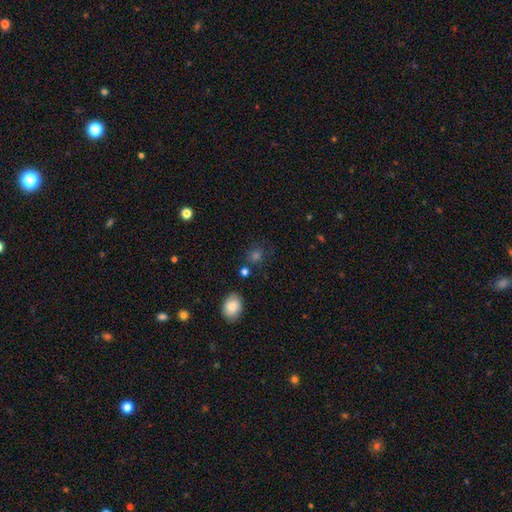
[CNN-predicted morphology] smooth_or_featured: smooth (p=0.64) [alt: star or artifact p=0.27]
how_rounded: round (p=0.76) [alt: in between p=0.23]
merging: none (p=0.77) [alt: minor disturbance p=0.12]